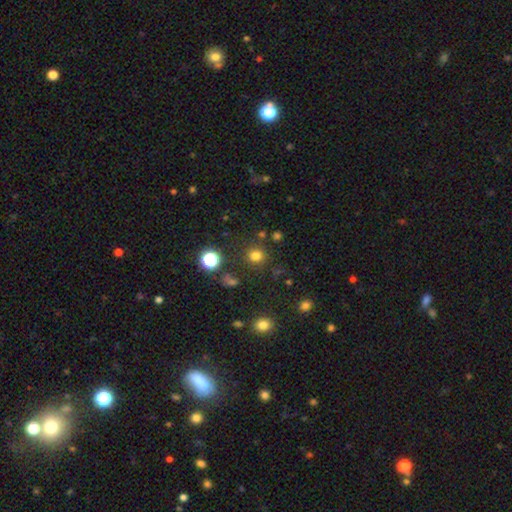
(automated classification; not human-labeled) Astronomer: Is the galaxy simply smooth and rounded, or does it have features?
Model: smooth — 75%.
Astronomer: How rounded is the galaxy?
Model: round — 91%.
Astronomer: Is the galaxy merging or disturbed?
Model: none — 85%.